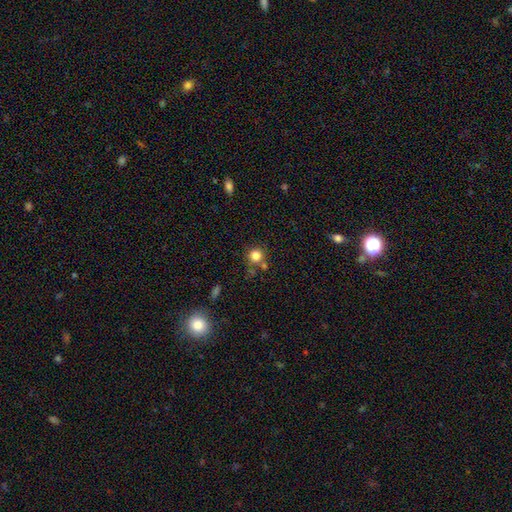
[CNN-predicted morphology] A smooth galaxy with no disk features (82%) that is round (91%). Merging: none (70%).